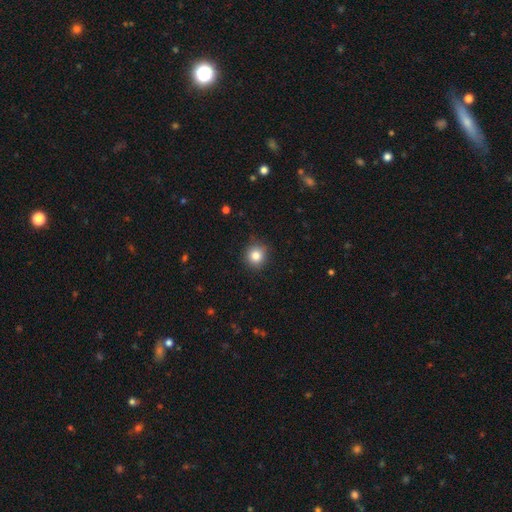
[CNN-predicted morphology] Smooth or featured: smooth — 84% (star or artifact — 11%)
How rounded: round — 90% (in between — 9%)
Merging: none — 88% (minor disturbance — 9%)